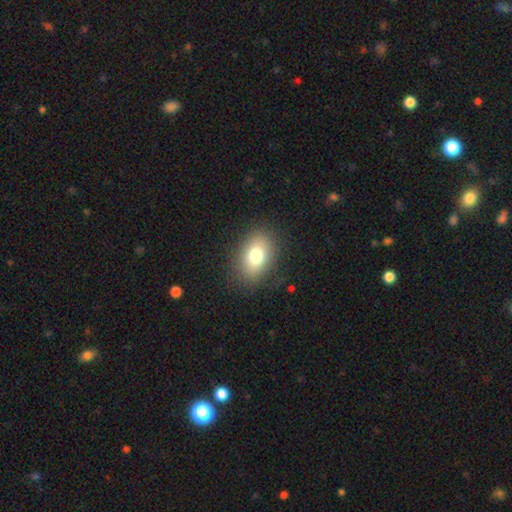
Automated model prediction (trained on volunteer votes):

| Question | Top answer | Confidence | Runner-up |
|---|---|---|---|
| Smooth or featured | smooth | 77% | featured or disk (13%) |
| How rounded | in between | 79% | round (20%) |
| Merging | none | 84% | minor disturbance (11%) |